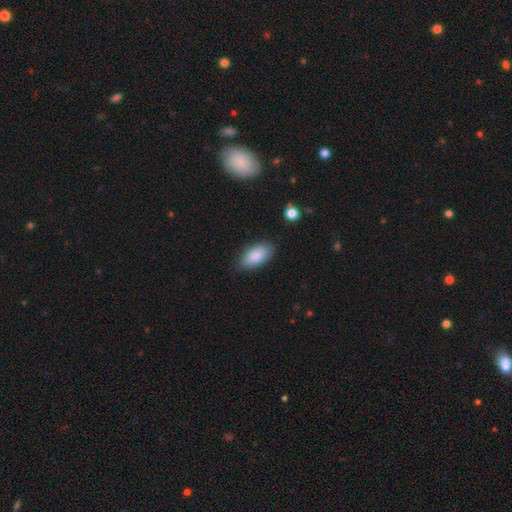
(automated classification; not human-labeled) Q: Smooth or featured?
A: smooth (88%); runner-up: star or artifact (6%)
Q: How rounded?
A: in between (92%); runner-up: cigar-shaped (6%)
Q: Merging?
A: none (82%); runner-up: minor disturbance (14%)